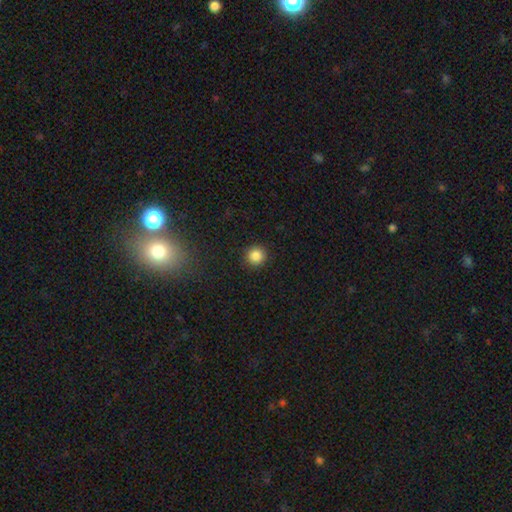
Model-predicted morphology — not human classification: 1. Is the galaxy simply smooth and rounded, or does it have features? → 85% smooth, 11% star or artifact, 4% featured or disk.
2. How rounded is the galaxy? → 94% round, 5% in between, 1% cigar-shaped.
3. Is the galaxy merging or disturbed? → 92% none, 5% minor disturbance, 2% major disturbance, 1% merger.